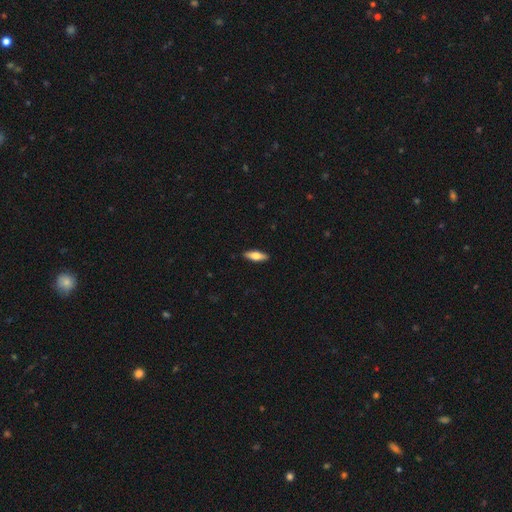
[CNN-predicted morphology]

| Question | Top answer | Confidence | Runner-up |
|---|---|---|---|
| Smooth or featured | smooth | 66% | featured or disk (28%) |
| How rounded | in between | 57% | cigar-shaped (41%) |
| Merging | none | 90% | minor disturbance (7%) |